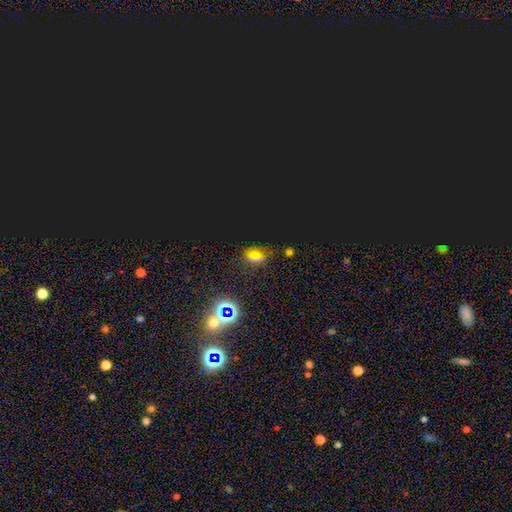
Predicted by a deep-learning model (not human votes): star or artifact 66%, smooth 23%, featured or disk 10%.